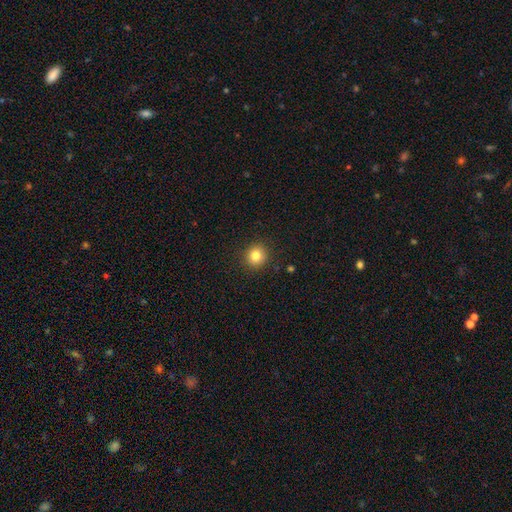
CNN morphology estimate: Q: Smooth or featured?
A: smooth (82%); runner-up: star or artifact (12%)
Q: How rounded?
A: round (91%); runner-up: in between (9%)
Q: Merging?
A: none (91%); runner-up: minor disturbance (6%)